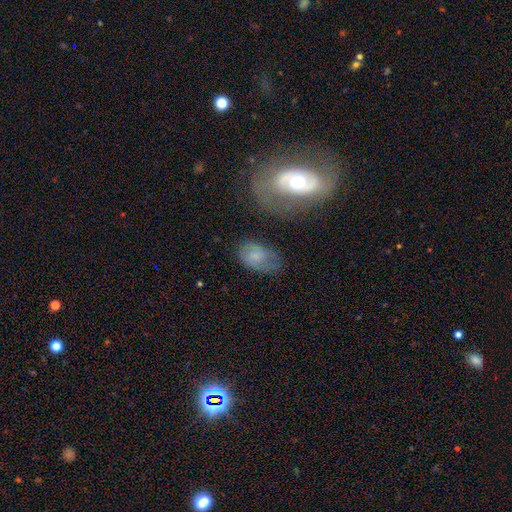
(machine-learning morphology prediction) type=smooth (61%); roundness=in between (85%); merging=none (56%).